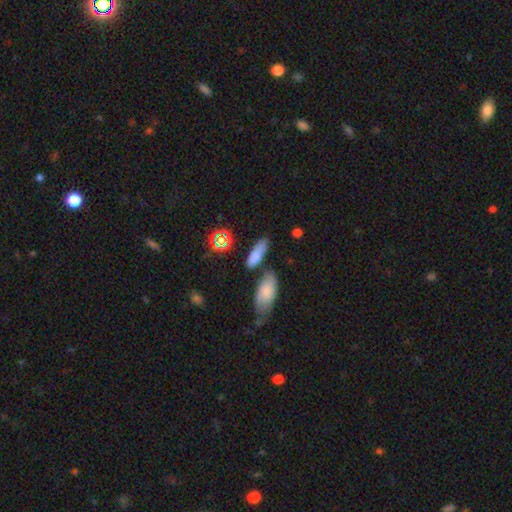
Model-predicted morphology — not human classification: This appears to be a smooth galaxy with no disk features (77%) that is in between round and cigar-shaped (62%). Merging: none (68%).